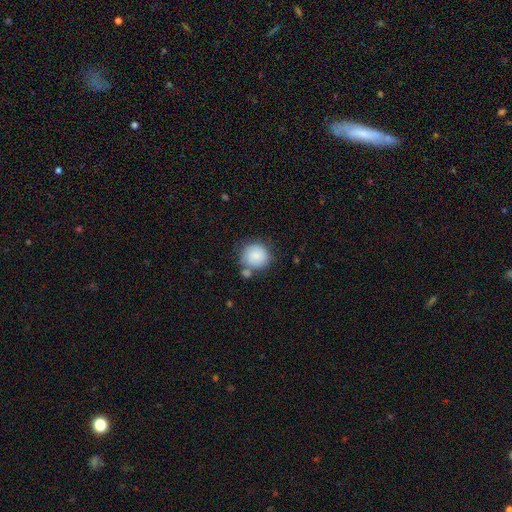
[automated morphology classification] This appears to be a smooth galaxy with no disk features (85%) that is round (87%). Merging: none (61%).